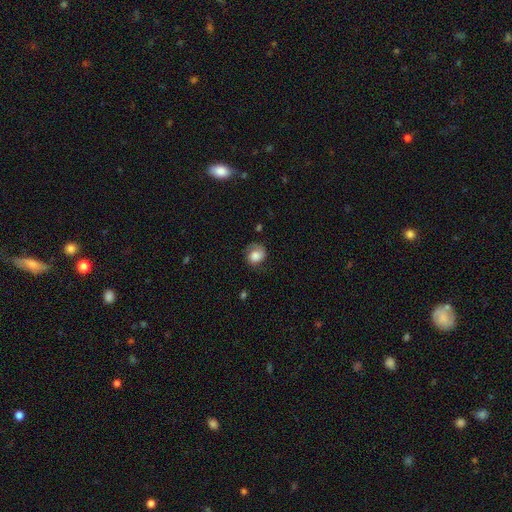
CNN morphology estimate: A smooth galaxy with no disk features (69%) that is round (64%). Merging: none (54%).